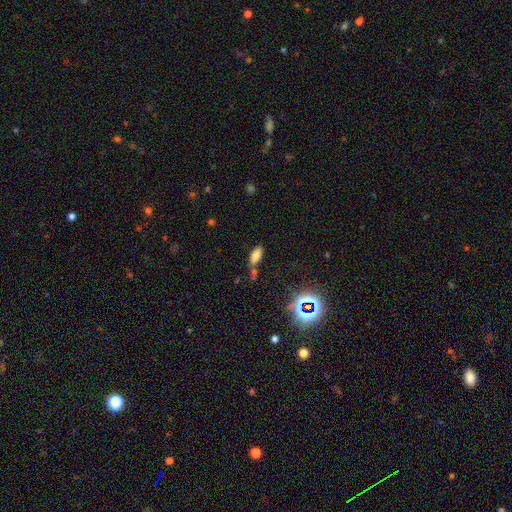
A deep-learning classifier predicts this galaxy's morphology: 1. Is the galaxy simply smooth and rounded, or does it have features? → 75% smooth, 16% star or artifact, 9% featured or disk.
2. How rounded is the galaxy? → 80% in between, 16% cigar-shaped, 3% round.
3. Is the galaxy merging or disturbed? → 64% none, 18% minor disturbance, 13% merger, 6% major disturbance.